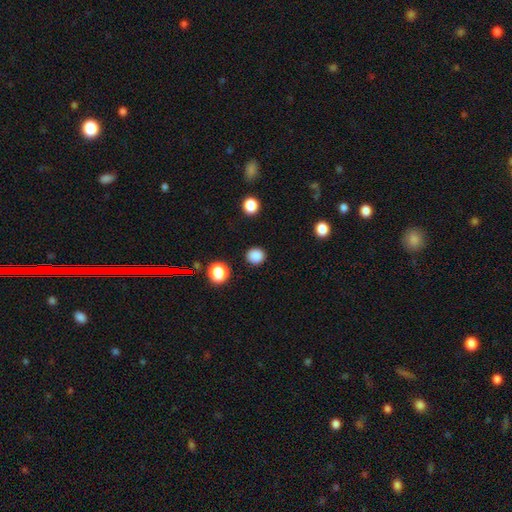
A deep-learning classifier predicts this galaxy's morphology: A smooth galaxy with no disk features (85%) that is round (88%).

Vote fractions:
- Smooth or featured? smooth: 85% / star or artifact: 12% / featured or disk: 3%
- How rounded? round: 88% / in between: 12% / cigar-shaped: 1%
- Merging? none: 90% / minor disturbance: 6% / major disturbance: 2% / merger: 2%